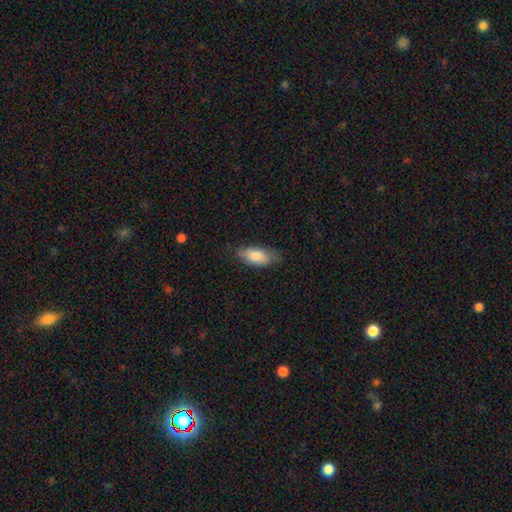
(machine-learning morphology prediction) Smooth or featured: smooth — 81% (featured or disk — 13%)
How rounded: in between — 82% (cigar-shaped — 15%)
Merging: none — 73% (minor disturbance — 21%)